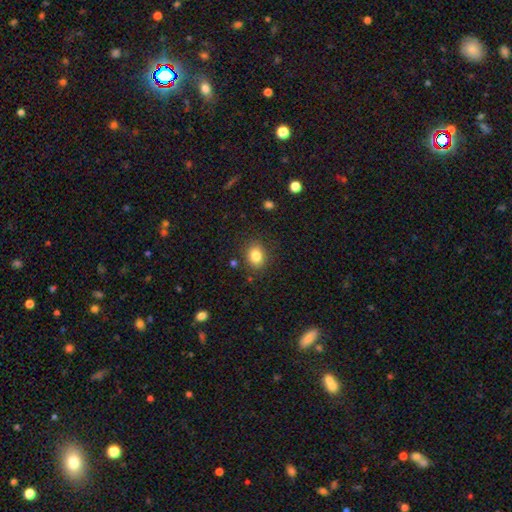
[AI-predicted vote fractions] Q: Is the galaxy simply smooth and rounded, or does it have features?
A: smooth — 83%.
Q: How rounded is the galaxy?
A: in between — 51%.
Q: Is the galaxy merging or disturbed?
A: none — 84%.